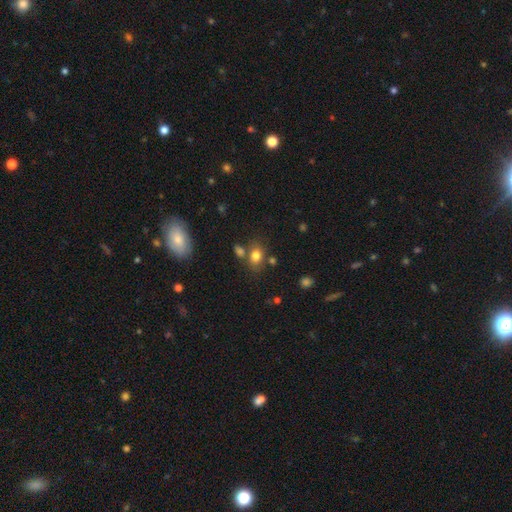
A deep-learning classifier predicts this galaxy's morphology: Smooth or featured? smooth (78%)
How rounded? in between (67%)
Merging? none (65%)